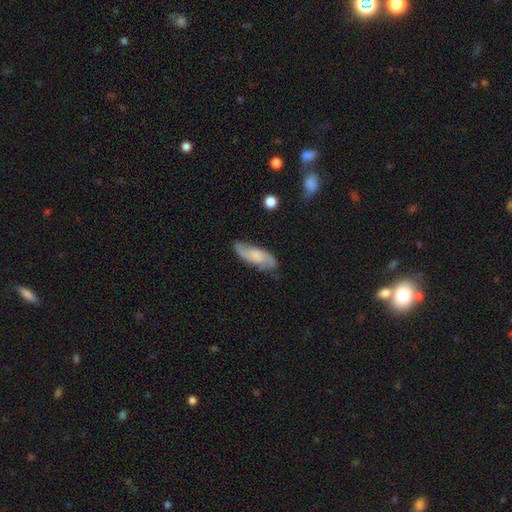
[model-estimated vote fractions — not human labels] This appears to be a featured or disk galaxy (59%) with no bar (63%), spiral arms (92%) and no central bulge (37%). Merging: none (73%).